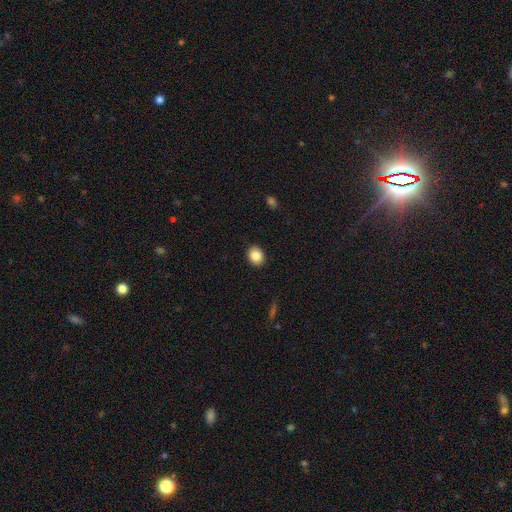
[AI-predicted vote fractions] The model was most divided on "how rounded": round: 58%, in between: 41%, cigar-shaped: 1%. More confident: merging — none (90%); smooth or featured — smooth (86%).